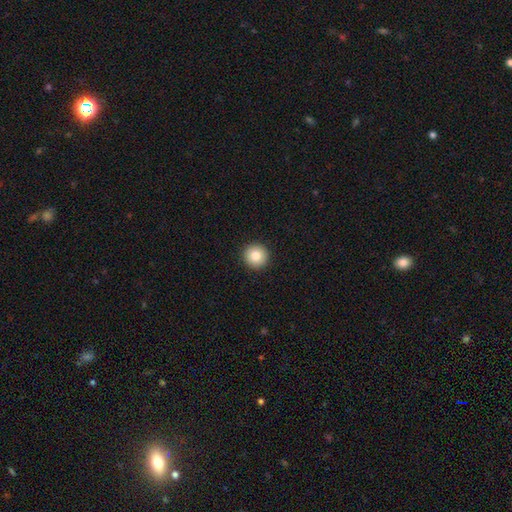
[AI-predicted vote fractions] Q: Smooth or featured?
A: smooth (83%); runner-up: star or artifact (9%)
Q: How rounded?
A: round (96%); runner-up: in between (3%)
Q: Merging?
A: none (94%); runner-up: minor disturbance (4%)